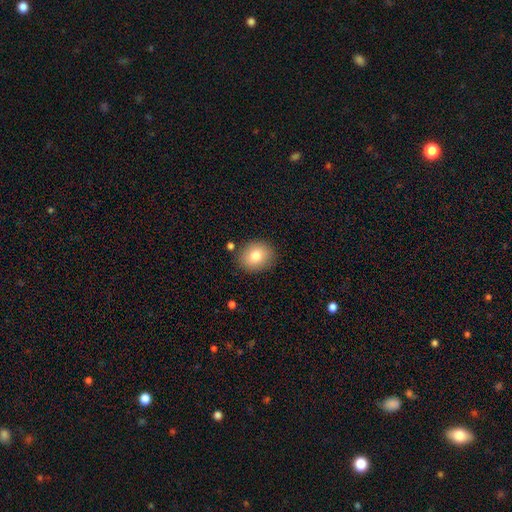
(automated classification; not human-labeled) smooth-or-featured: smooth: 80% | featured or disk: 11% | star or artifact: 9%
  how-rounded: round: 66% | in between: 33% | cigar-shaped: 1%
  merging: none: 85% | minor disturbance: 9% | merger: 3% | major disturbance: 3%